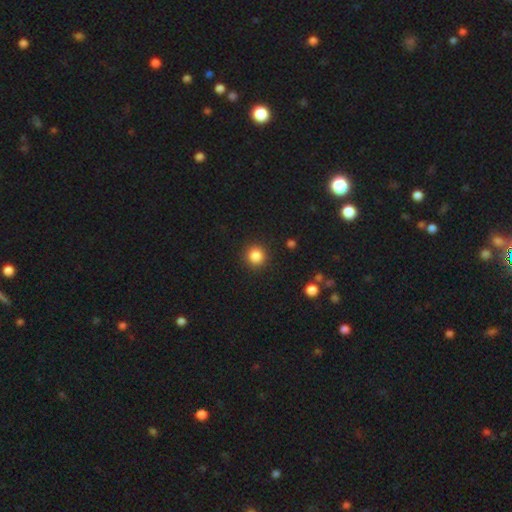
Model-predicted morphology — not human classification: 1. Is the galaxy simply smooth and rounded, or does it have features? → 85% smooth, 11% star or artifact, 4% featured or disk.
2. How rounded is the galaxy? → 93% round, 6% in between, 1% cigar-shaped.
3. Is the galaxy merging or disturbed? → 92% none, 5% minor disturbance, 2% major disturbance, 1% merger.